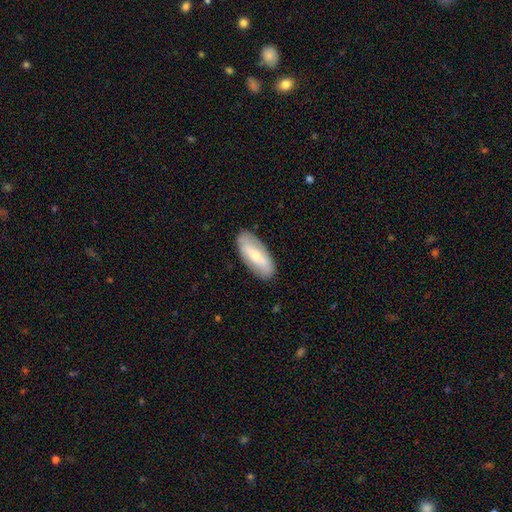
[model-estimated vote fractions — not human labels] Q: Smooth or featured?
A: smooth (52%); runner-up: featured or disk (42%)
Q: How rounded?
A: in between (78%); runner-up: cigar-shaped (19%)
Q: Merging?
A: none (86%); runner-up: minor disturbance (11%)